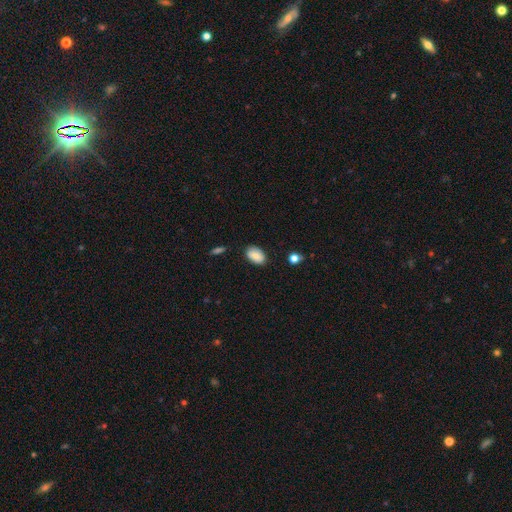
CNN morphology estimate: Smooth or featured?
  - smooth: 84% *
  - featured or disk: 9%
  - star or artifact: 7%
How rounded?
  - in between: 91% *
  - round: 7%
  - cigar-shaped: 2%
Merging?
  - none: 81% *
  - minor disturbance: 14%
  - major disturbance: 3%
  - merger: 2%